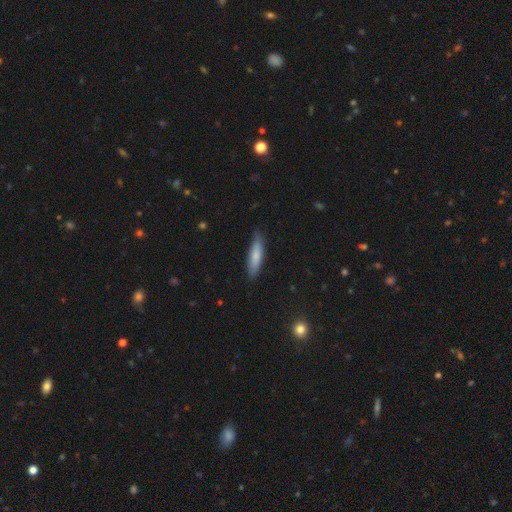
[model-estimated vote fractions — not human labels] A smooth galaxy with no disk features (78%) that is cigar-shaped (73%).

Vote fractions:
- Smooth or featured? smooth: 78% / featured or disk: 17% / star or artifact: 6%
- How rounded? cigar-shaped: 73% / in between: 25% / round: 2%
- Merging? none: 86% / minor disturbance: 11% / major disturbance: 2% / merger: 1%